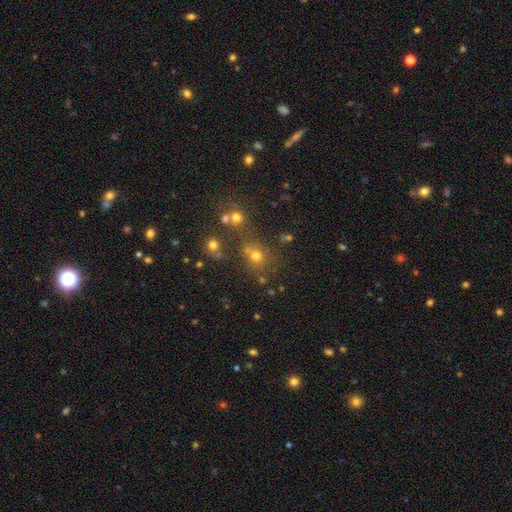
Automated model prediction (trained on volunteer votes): The model was most divided on "smooth or featured": smooth: 63%, star or artifact: 27%, featured or disk: 10%. More confident: how rounded — round (80%); merging — none (64%).